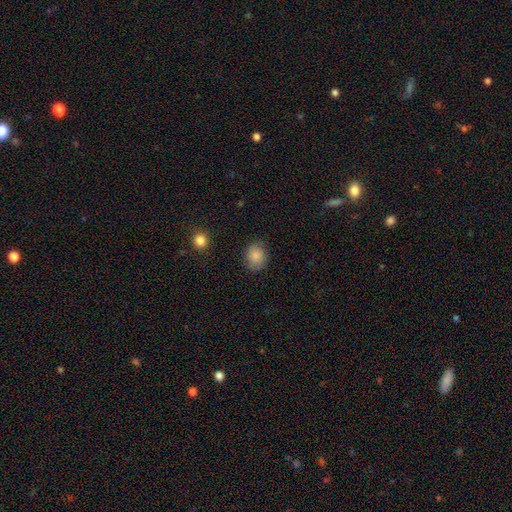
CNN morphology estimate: smooth-or-featured: smooth: 87% | star or artifact: 8% | featured or disk: 5%
  how-rounded: round: 59% | in between: 40% | cigar-shaped: 1%
  merging: none: 84% | minor disturbance: 12% | major disturbance: 3% | merger: 1%